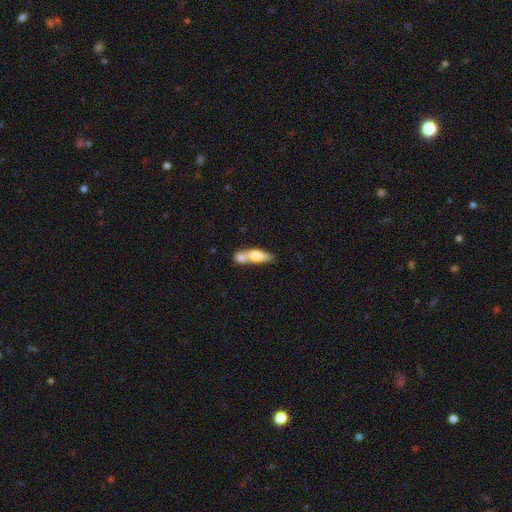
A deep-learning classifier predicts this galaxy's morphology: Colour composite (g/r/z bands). It shows a smooth galaxy with no disk features (65%) that is in between round and cigar-shaped (59%). Merging: merger (62%).